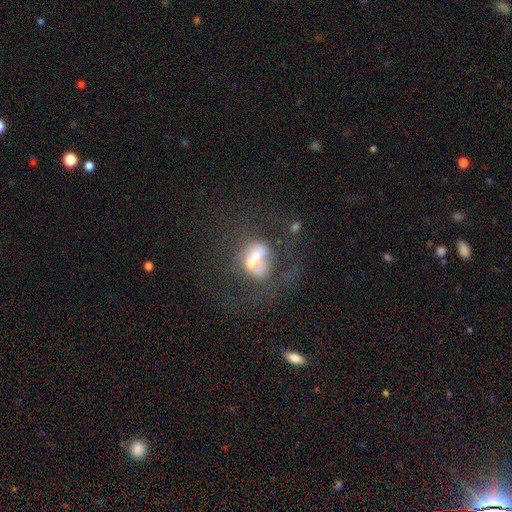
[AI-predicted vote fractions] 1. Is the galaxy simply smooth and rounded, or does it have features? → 49% featured or disk, 36% smooth, 14% star or artifact.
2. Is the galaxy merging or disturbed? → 51% merger, 20% none, 19% major disturbance, 10% minor disturbance.